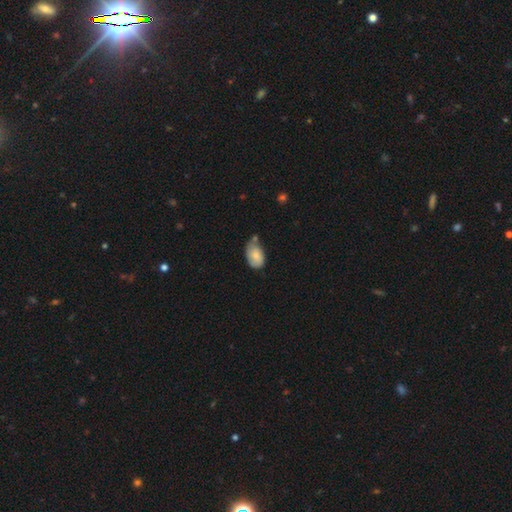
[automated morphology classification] Smooth or featured?
  - smooth: 72% *
  - featured or disk: 22%
  - star or artifact: 7%
How rounded?
  - in between: 89% *
  - round: 9%
  - cigar-shaped: 1%
Merging?
  - none: 38% *
  - minor disturbance: 37%
  - merger: 14%
  - major disturbance: 11%